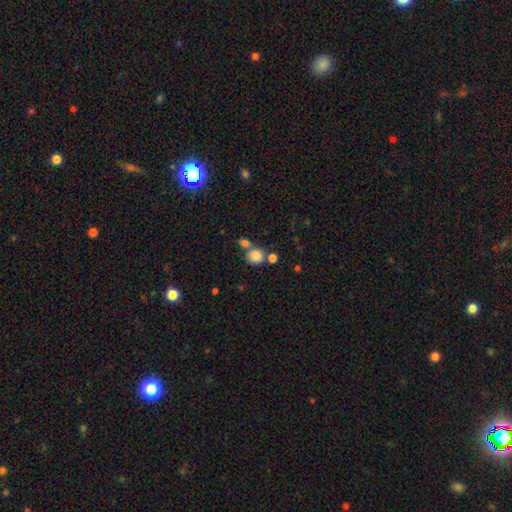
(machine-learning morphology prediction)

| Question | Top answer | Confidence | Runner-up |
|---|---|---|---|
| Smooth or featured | smooth | 83% | star or artifact (10%) |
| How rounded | round | 81% | in between (18%) |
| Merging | none | 55% | merger (30%) |